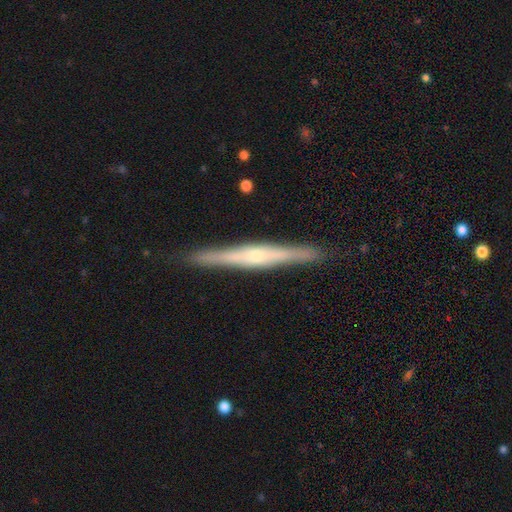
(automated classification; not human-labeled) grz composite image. It shows a featured or disk galaxy (74%) viewed edge-on (97%) with a rounded central bulge (66%). Merging: none (90%).